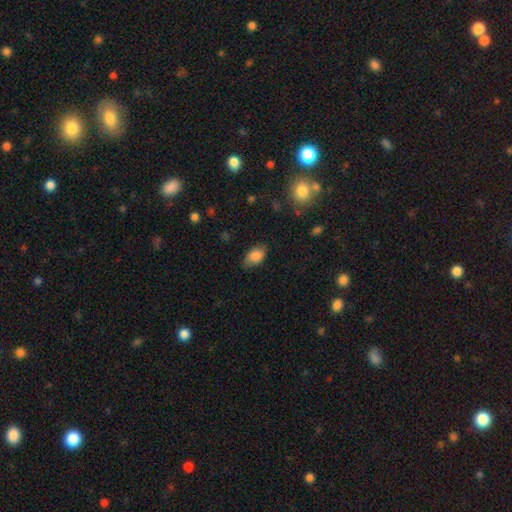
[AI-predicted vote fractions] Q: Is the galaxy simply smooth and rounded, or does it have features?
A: smooth — 82%.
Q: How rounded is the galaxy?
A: in between — 90%.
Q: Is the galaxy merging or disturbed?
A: none — 73%.